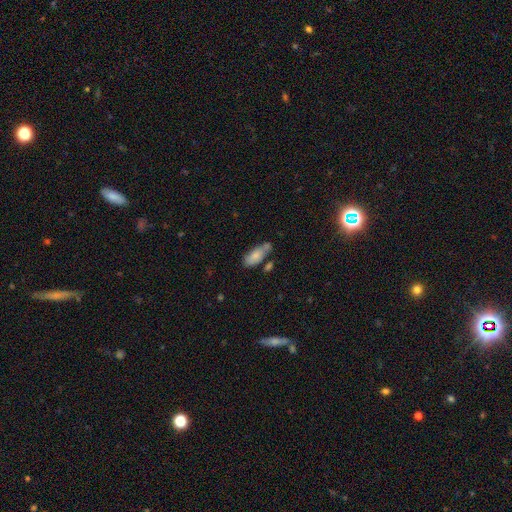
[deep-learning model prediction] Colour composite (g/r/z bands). It shows a smooth galaxy with no disk features (78%) that is in between round and cigar-shaped (81%). Merging: none (51%).